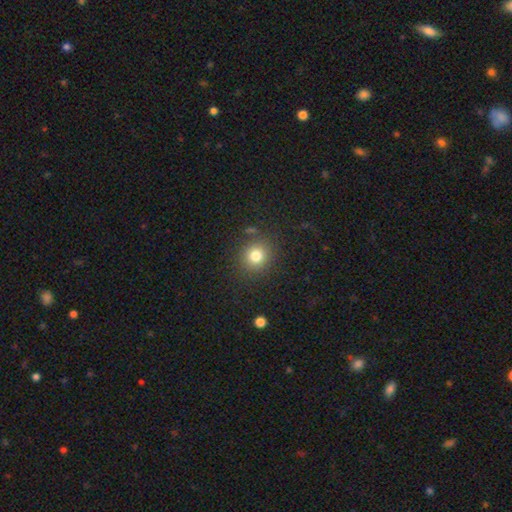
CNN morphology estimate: type=smooth (79%); roundness=round (87%); merging=none (86%).